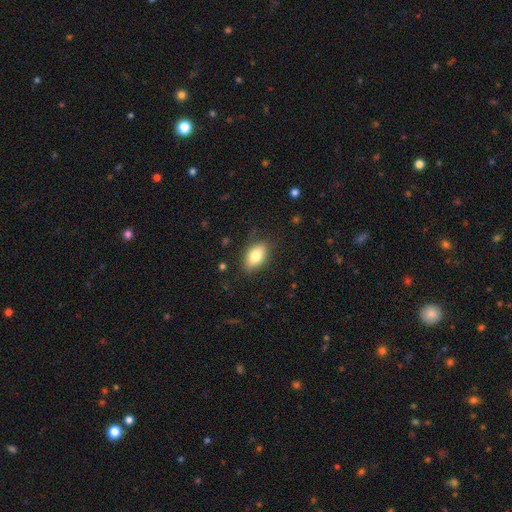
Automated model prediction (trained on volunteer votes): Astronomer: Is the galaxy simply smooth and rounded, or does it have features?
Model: smooth — 77%.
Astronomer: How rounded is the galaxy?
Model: in between — 88%.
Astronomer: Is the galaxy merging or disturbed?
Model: none — 80%.